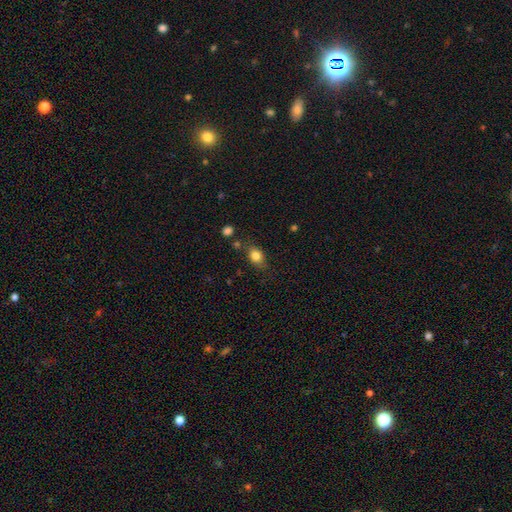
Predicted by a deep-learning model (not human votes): Smooth or featured? Predicted: smooth (p=0.82). How rounded? Predicted: in between (p=0.64). Merging? Predicted: none (p=0.72).